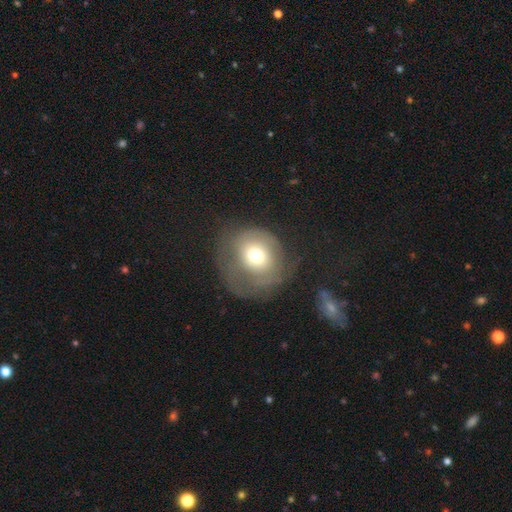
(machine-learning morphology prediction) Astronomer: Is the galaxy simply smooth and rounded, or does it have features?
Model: smooth — 58%.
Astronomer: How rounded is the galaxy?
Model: round — 81%.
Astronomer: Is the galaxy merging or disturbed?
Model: none — 42% (runner-up: major disturbance, 32%).